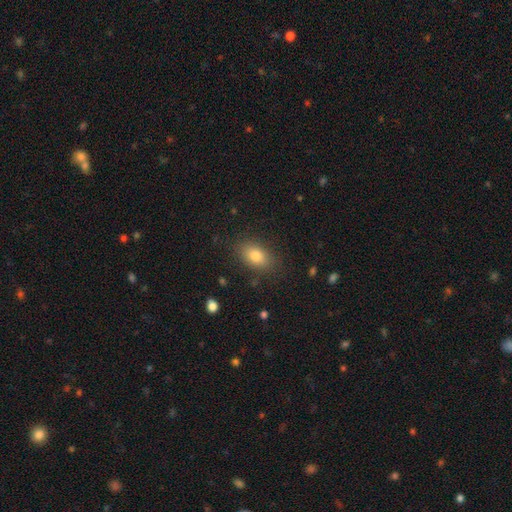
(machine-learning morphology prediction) smooth-or-featured: smooth: 80% | featured or disk: 11% | star or artifact: 9%
  how-rounded: in between: 86% | round: 12% | cigar-shaped: 2%
  merging: none: 84% | minor disturbance: 11% | major disturbance: 3% | merger: 1%